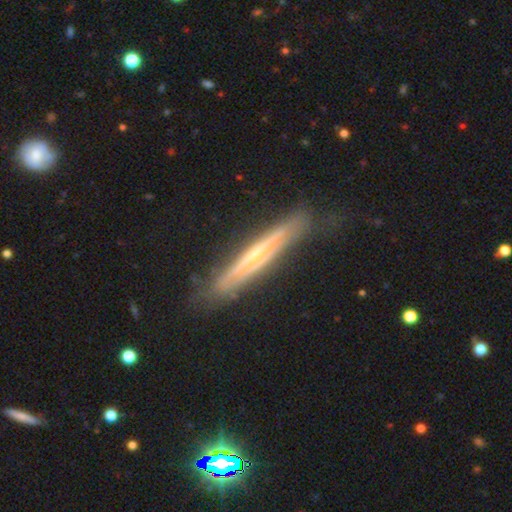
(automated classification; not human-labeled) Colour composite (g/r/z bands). It shows a featured or disk galaxy (73%) viewed edge-on (94%) with no central bulge (57%). Merging: none (80%).